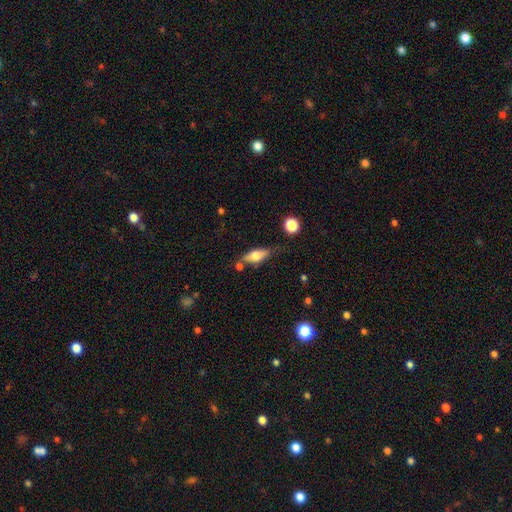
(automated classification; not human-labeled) smooth-or-featured: smooth: 61% | featured or disk: 32% | star or artifact: 7%
  how-rounded: in between: 68% | cigar-shaped: 29% | round: 4%
  merging: none: 62% | minor disturbance: 22% | merger: 10% | major disturbance: 6%